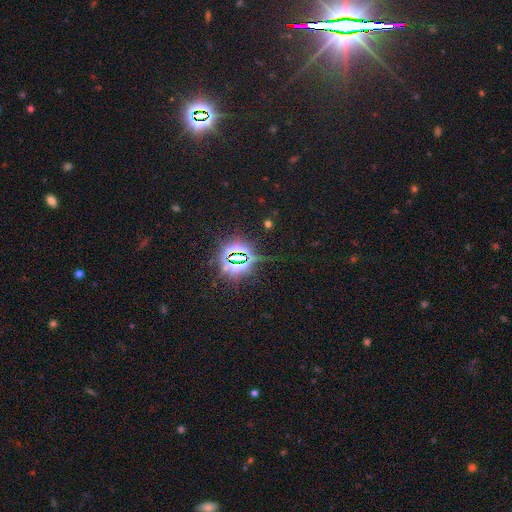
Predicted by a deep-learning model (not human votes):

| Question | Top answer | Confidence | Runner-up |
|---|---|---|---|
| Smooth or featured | star or artifact | 83% | smooth (10%) |